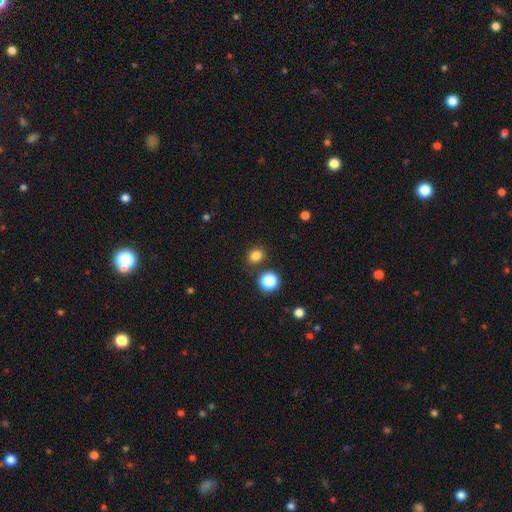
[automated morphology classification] A smooth galaxy with no disk features (81%) that is round (68%). Merging: none (83%).